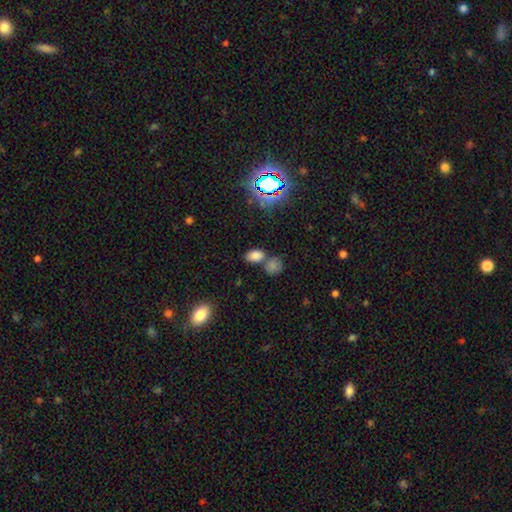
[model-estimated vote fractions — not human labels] Smooth or featured? Predicted: smooth (p=0.74). How rounded? Predicted: in between (p=0.84). Merging? Predicted: none (p=0.54).